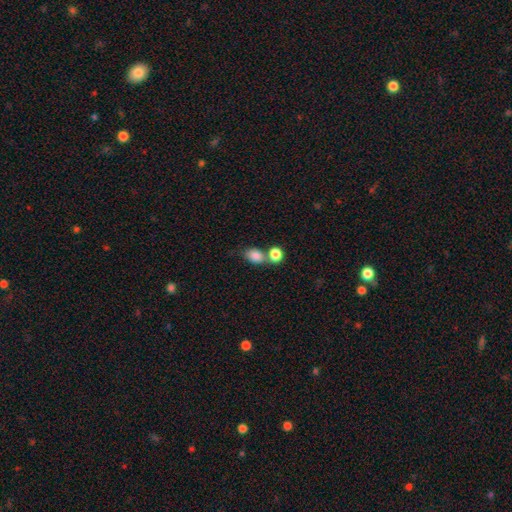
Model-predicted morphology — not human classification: Smooth or featured? Predicted: smooth (p=0.83). How rounded? Predicted: in between (p=0.66). Merging? Predicted: merger (p=0.43).